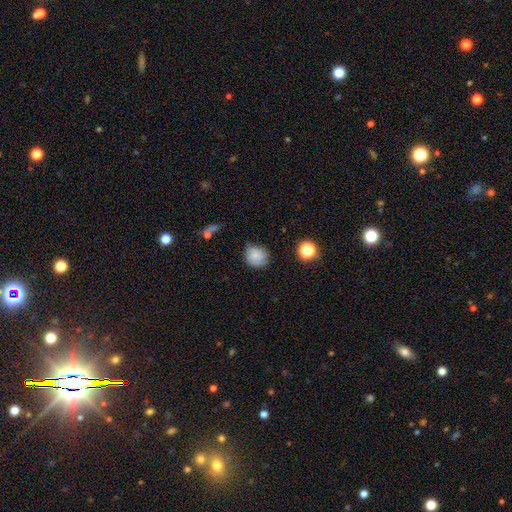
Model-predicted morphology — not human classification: Q: Smooth or featured?
A: smooth (75%); runner-up: featured or disk (14%)
Q: How rounded?
A: round (78%); runner-up: in between (21%)
Q: Merging?
A: none (62%); runner-up: minor disturbance (28%)